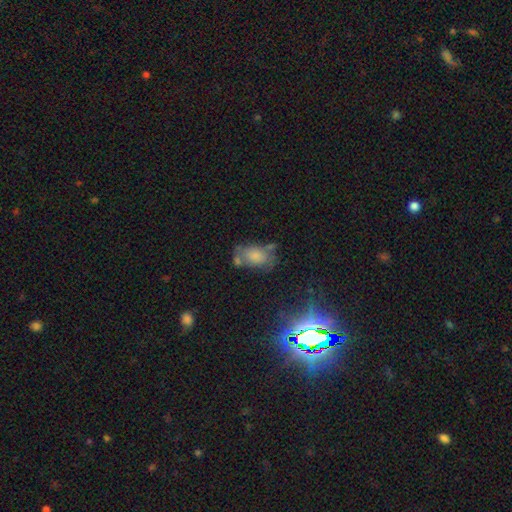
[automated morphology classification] smooth-or-featured: smooth: 71% | featured or disk: 16% | star or artifact: 12%
  how-rounded: in between: 87% | round: 12% | cigar-shaped: 2%
  merging: none: 47% | minor disturbance: 24% | merger: 19% | major disturbance: 11%